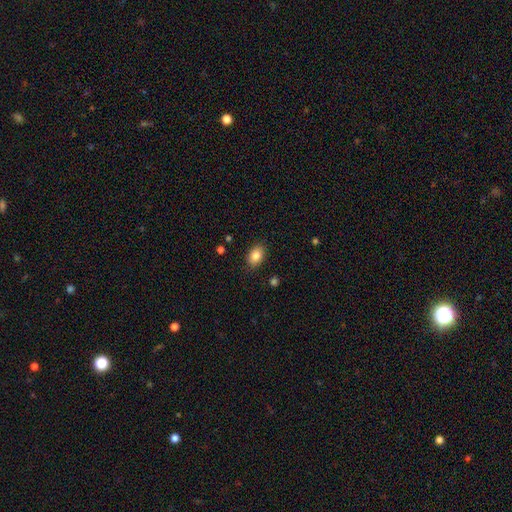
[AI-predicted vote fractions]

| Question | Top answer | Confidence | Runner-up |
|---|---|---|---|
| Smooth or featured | smooth | 86% | star or artifact (8%) |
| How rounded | in between | 84% | round (14%) |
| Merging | none | 86% | minor disturbance (10%) |